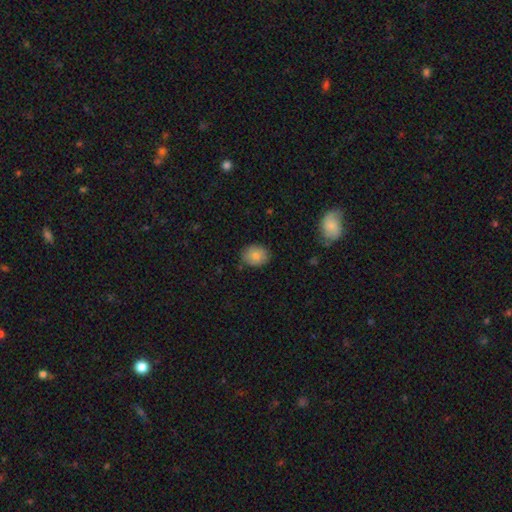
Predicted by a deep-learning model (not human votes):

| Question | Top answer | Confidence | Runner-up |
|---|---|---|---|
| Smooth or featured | smooth | 82% | featured or disk (9%) |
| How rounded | in between | 51% | round (48%) |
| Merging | none | 84% | minor disturbance (12%) |